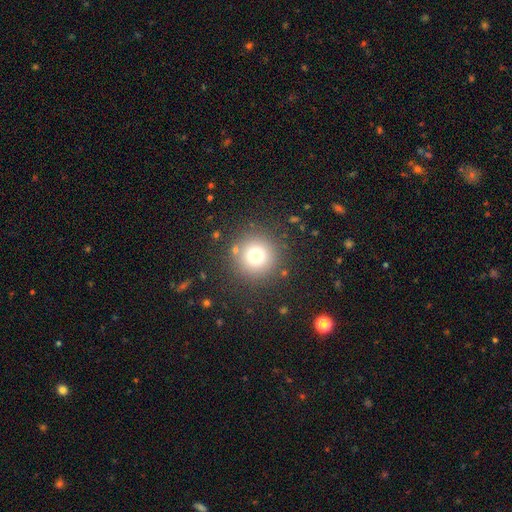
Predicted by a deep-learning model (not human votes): A smooth galaxy with no disk features (73%) that is round (96%). Merging: none (87%).